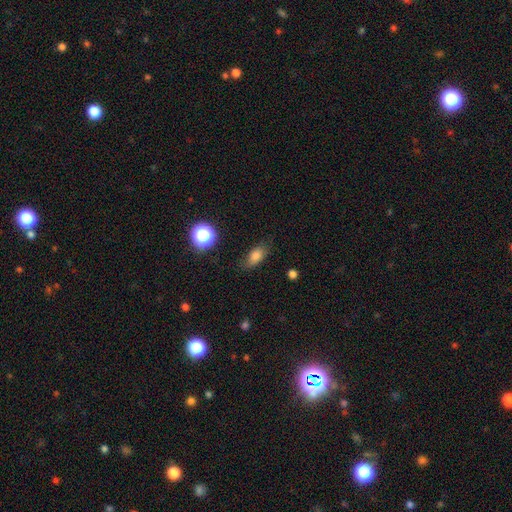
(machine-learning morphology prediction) A smooth galaxy with no disk features (77%) that is in between round and cigar-shaped (81%). Merging: none (71%).